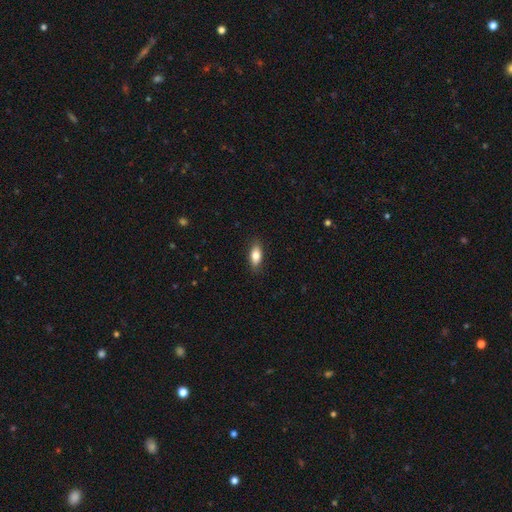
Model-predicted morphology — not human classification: smooth-or-featured: smooth: 79% | featured or disk: 14% | star or artifact: 7%
  how-rounded: in between: 85% | cigar-shaped: 12% | round: 4%
  merging: none: 87% | minor disturbance: 10% | major disturbance: 2% | merger: 1%